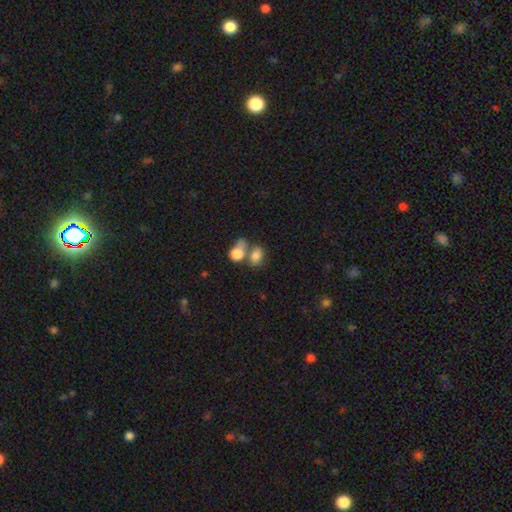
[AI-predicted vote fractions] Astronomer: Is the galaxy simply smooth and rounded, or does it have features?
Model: smooth — 78%.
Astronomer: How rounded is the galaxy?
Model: in between — 66%.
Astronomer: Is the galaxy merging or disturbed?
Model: merger — 50% (runner-up: none, 32%).